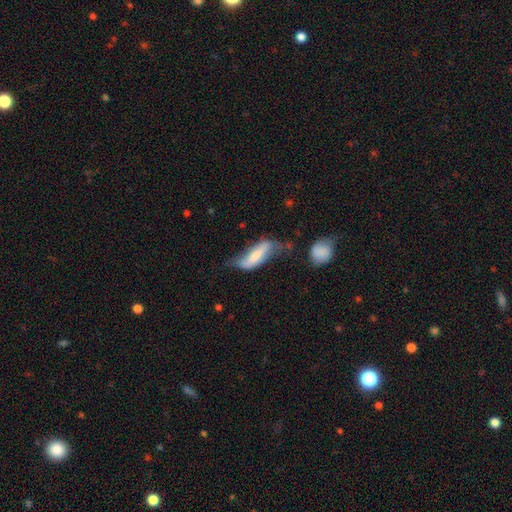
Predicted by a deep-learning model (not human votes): smooth_or_featured: smooth (p=0.48) [alt: featured or disk p=0.46]
merging: none (p=0.36) [alt: minor disturbance p=0.34]